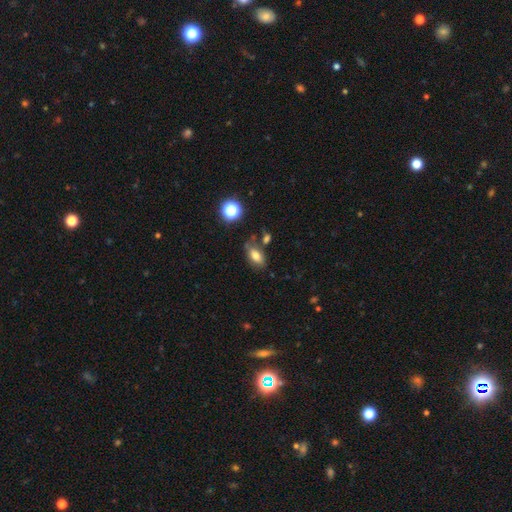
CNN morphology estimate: This appears to be a smooth galaxy with no disk features (75%) that is in between round and cigar-shaped (86%). Merging: none (66%).